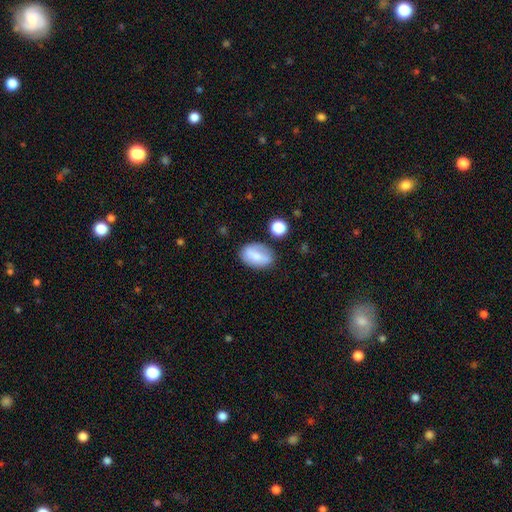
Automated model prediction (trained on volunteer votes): The model was most divided on "smooth or featured": smooth: 64%, featured or disk: 28%, star or artifact: 8%. More confident: how rounded — in between (85%); merging — none (72%).